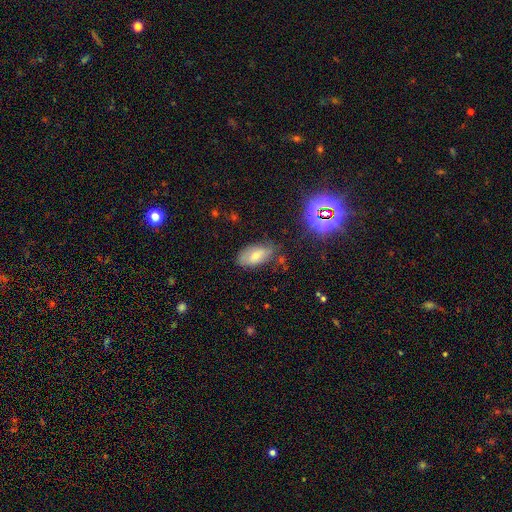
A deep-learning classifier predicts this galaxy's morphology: A smooth galaxy with no disk features (66%) that is in between round and cigar-shaped (92%).

Vote fractions:
- Smooth or featured? smooth: 66% / featured or disk: 24% / star or artifact: 10%
- How rounded? in between: 92% / cigar-shaped: 4% / round: 4%
- Merging? none: 65% / minor disturbance: 26% / major disturbance: 6% / merger: 3%